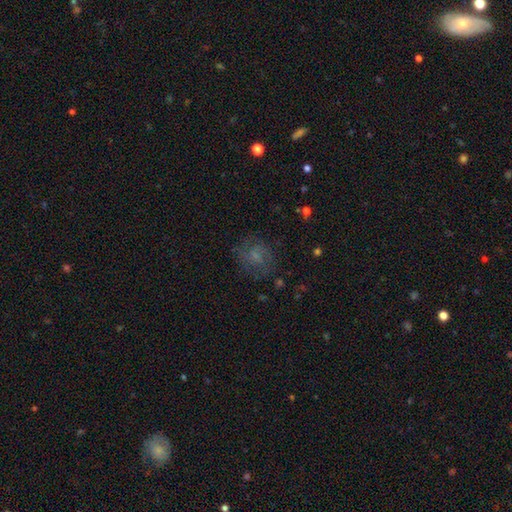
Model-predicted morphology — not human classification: A smooth galaxy with no disk features (43%). Merging: none (69%).